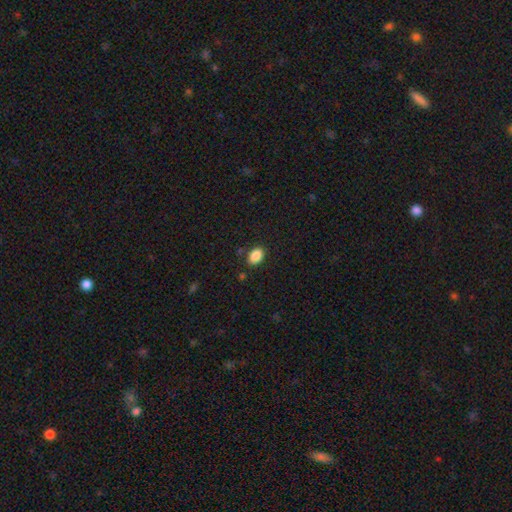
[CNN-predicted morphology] smooth-or-featured: smooth: 87% | star or artifact: 9% | featured or disk: 4%
  how-rounded: in between: 82% | round: 16% | cigar-shaped: 1%
  merging: none: 85% | minor disturbance: 10% | major disturbance: 2% | merger: 2%